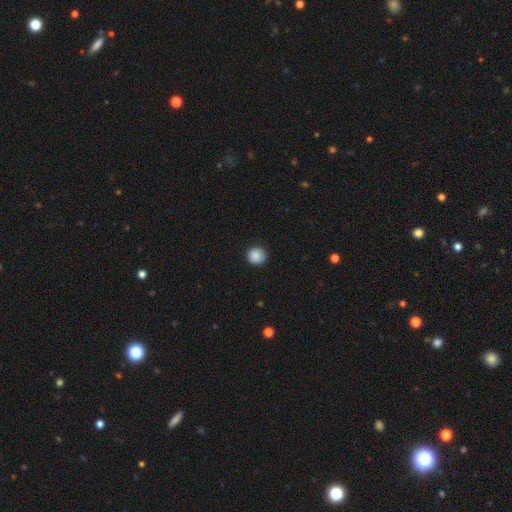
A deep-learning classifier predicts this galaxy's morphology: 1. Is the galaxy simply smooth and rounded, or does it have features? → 88% smooth, 9% star or artifact, 4% featured or disk.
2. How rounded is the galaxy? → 94% round, 5% in between, 1% cigar-shaped.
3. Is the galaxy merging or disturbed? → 89% none, 8% minor disturbance, 2% major disturbance, 1% merger.